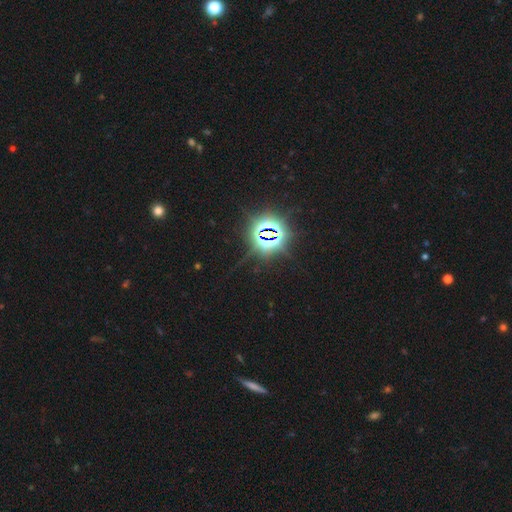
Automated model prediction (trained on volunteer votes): Morphology: type=star or artifact (82%).